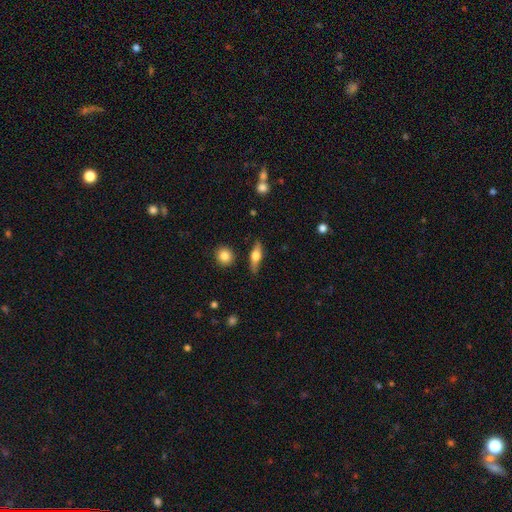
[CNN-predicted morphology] Overall: smooth (48%; featured or disk 46%). Merging: none (77%).